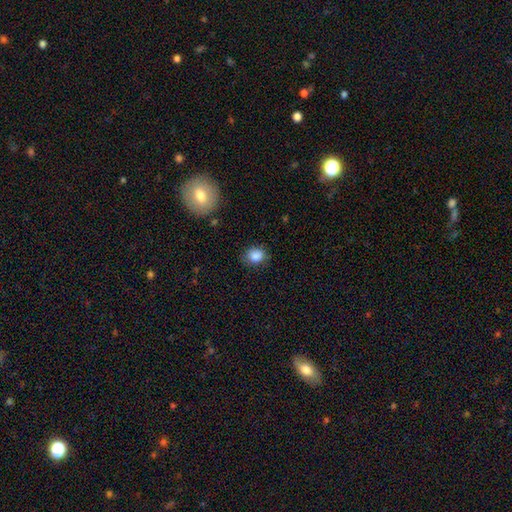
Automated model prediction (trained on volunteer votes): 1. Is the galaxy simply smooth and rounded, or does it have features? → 86% smooth, 9% star or artifact, 5% featured or disk.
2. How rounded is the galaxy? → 57% round, 42% in between, 1% cigar-shaped.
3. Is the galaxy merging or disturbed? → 76% none, 18% minor disturbance, 4% major disturbance, 2% merger.